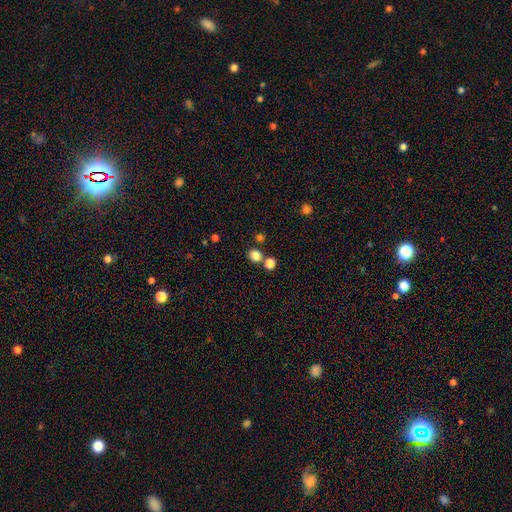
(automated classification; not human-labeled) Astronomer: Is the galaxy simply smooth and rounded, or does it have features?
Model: smooth — 82%.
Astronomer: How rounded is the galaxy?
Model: round — 74%.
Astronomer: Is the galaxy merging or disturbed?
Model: none — 74%.